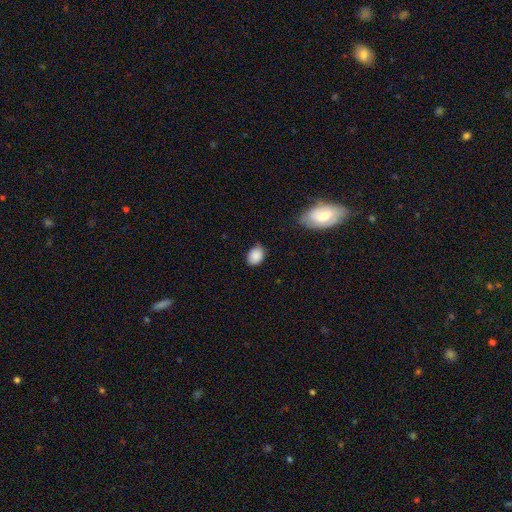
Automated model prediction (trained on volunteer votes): Smooth or featured? smooth (87%)
How rounded? in between (65%)
Merging? none (74%)